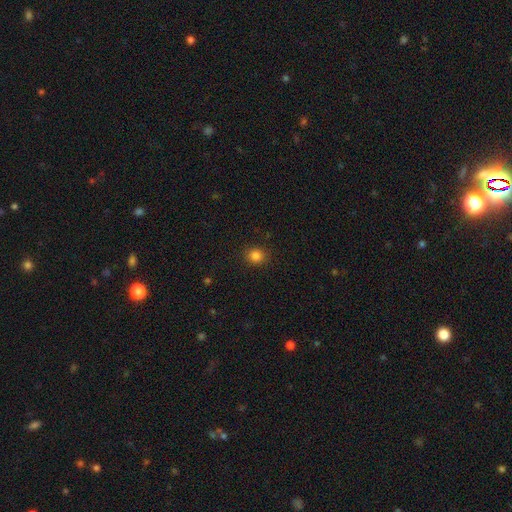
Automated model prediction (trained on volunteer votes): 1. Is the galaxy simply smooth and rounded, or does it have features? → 83% smooth, 13% star or artifact, 4% featured or disk.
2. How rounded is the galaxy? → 83% round, 16% in between, 1% cigar-shaped.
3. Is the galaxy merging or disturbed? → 89% none, 7% minor disturbance, 2% major disturbance, 1% merger.